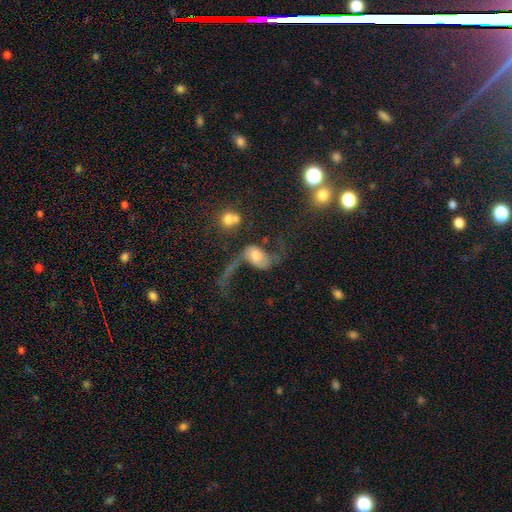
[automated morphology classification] featured or disk 70%, smooth 22%, star or artifact 9%. Down the decision tree: edge-on disk — no (96%); bar — no (62%); spiral arms — yes (87%); spiral arm count — 2 (83%); spiral winding — loose (87%); bulge size — moderate (34%); merging — major disturbance (40%).